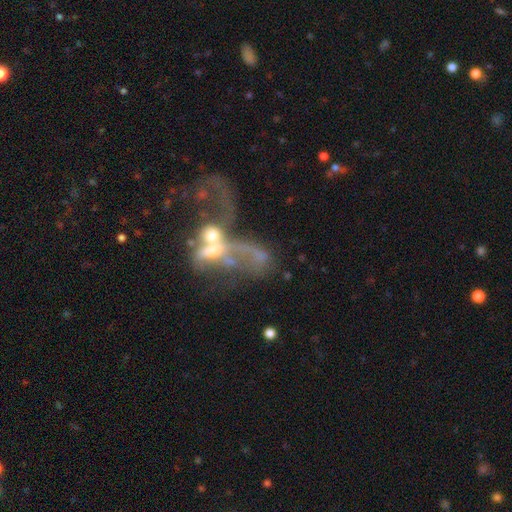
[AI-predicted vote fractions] Q: Smooth or featured?
A: featured or disk (61%); runner-up: smooth (25%)
Q: Edge-on disk?
A: no (92%); runner-up: yes (8%)
Q: Bar?
A: no (73%); runner-up: weak (19%)
Q: Spiral arms?
A: no (60%); runner-up: yes (40%)
Q: Bulge size?
A: moderate (47%); runner-up: small (26%)
Q: Merging?
A: merger (70%); runner-up: major disturbance (20%)